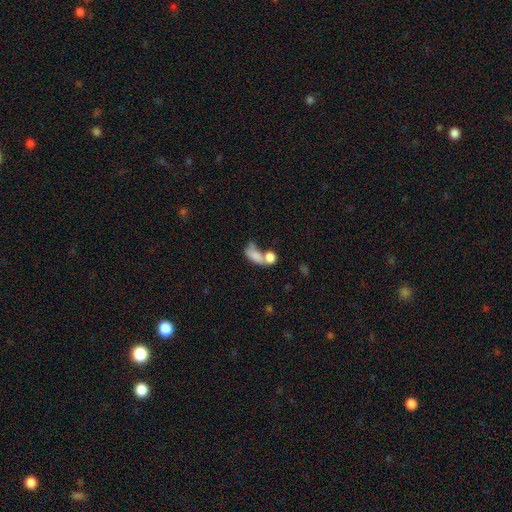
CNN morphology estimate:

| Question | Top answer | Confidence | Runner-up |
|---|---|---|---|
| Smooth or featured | smooth | 75% | featured or disk (15%) |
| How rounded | in between | 83% | round (11%) |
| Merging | merger | 60% | none (17%) |